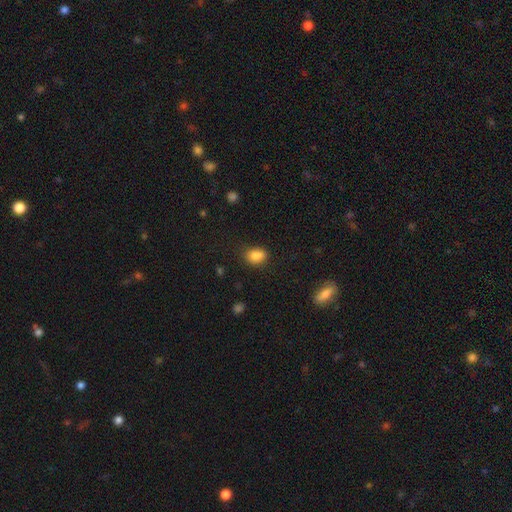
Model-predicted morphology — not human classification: Smooth or featured?
  - smooth: 83% *
  - star or artifact: 10%
  - featured or disk: 6%
How rounded?
  - in between: 72% *
  - round: 26%
  - cigar-shaped: 2%
Merging?
  - none: 64% *
  - minor disturbance: 22%
  - merger: 8%
  - major disturbance: 6%